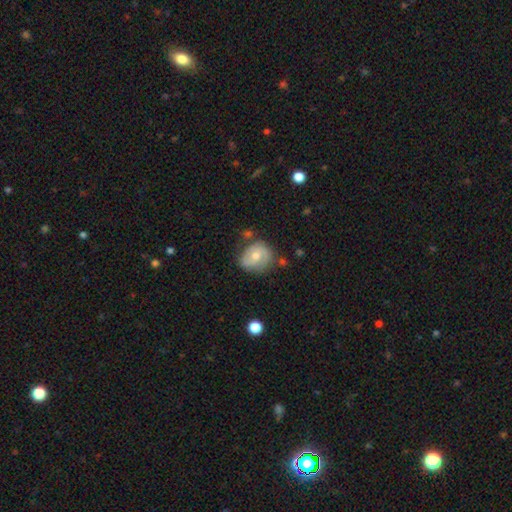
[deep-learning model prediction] Q: Smooth or featured?
A: featured or disk (54%); runner-up: smooth (39%)
Q: Edge-on disk?
A: no (97%); runner-up: yes (3%)
Q: Bar?
A: no (63%); runner-up: weak (32%)
Q: Spiral arms?
A: yes (80%); runner-up: no (20%)
Q: Bulge size?
A: moderate (63%); runner-up: small (31%)
Q: Merging?
A: none (61%); runner-up: minor disturbance (26%)